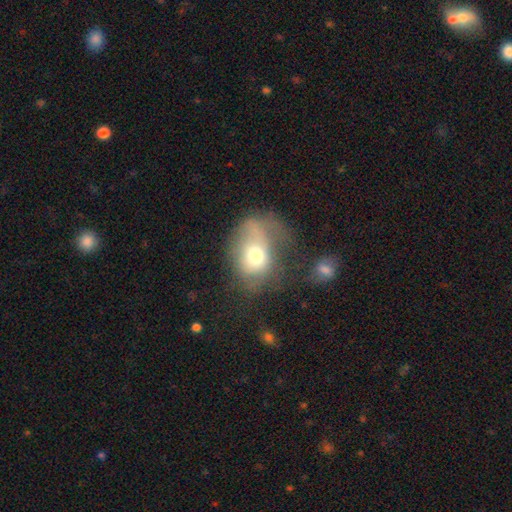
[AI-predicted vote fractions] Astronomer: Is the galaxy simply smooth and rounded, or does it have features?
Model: smooth — 63%.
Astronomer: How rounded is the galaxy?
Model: in between — 62%.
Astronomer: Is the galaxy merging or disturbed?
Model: major disturbance — 43% (runner-up: none, 24%).